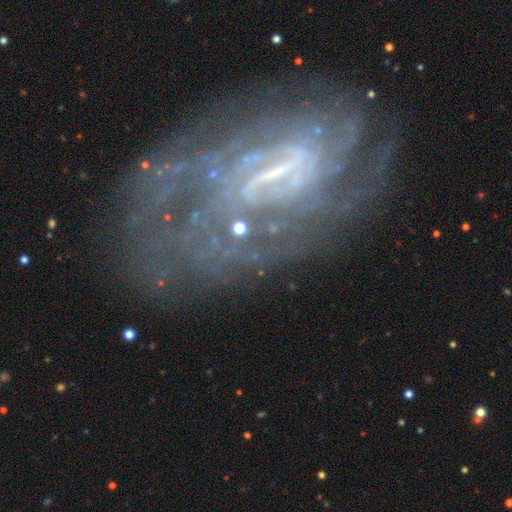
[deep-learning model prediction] The model was most divided on "bar": strong: 42%, weak: 39%, no: 20%. Remaining: edge-on disk — no (94%); spiral arms — yes (87%); smooth or featured — featured or disk (82%); merging — none (65%); spiral winding — tight (61%); spiral arm count — can't tell (48%); bulge size — small (37%).